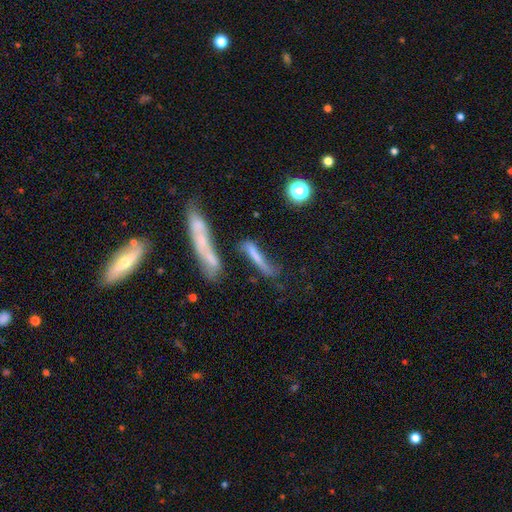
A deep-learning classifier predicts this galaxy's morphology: This appears to be a smooth galaxy with no disk features (55%) that is cigar-shaped (87%). Merging: none (38%).